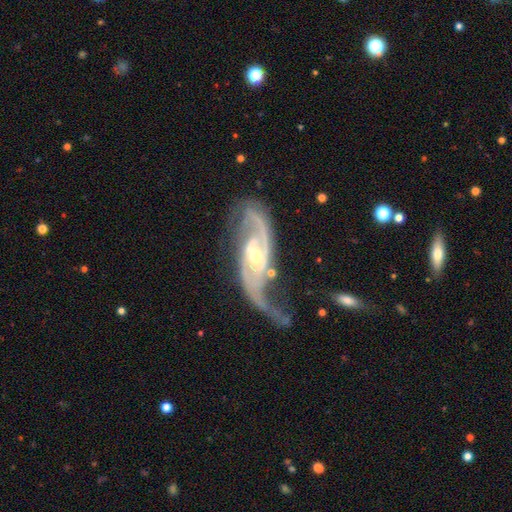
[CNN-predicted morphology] A featured or disk galaxy (91%) with no bar (46%), 2 (86%) medium (46%) spiral arms (97%) and a small central bulge (54%).

Vote fractions:
- Smooth or featured? featured or disk: 91% / star or artifact: 5% / smooth: 4%
- Edge-on disk? no: 95% / yes: 5%
- Bar? no: 46% / weak: 36% / strong: 18%
- Spiral arms? yes: 97% / no: 3%
- Spiral winding? medium: 46% / loose: 32% / tight: 22%
- Spiral arm count? 2: 86% / can't tell: 5% / 3: 4% / 1: 3% / 4: 2% / more than 4: 2%
- Bulge size? small: 54% / moderate: 43% / large: 2% / none: 1% / dominant: 1%
- Merging? none: 48% / major disturbance: 22% / minor disturbance: 22% / merger: 9%